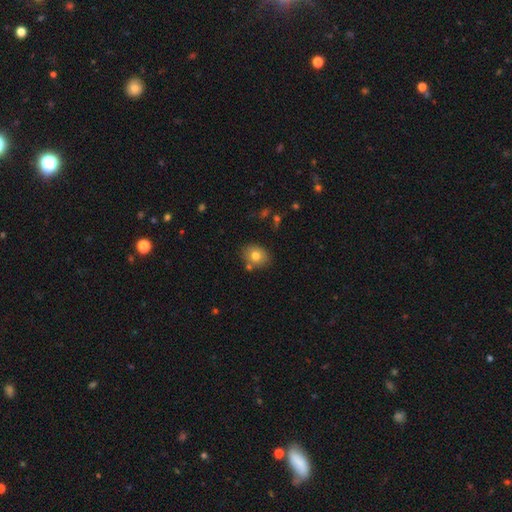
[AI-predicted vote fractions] The model was most divided on "how rounded": round: 55%, in between: 44%, cigar-shaped: 1%. More confident: smooth or featured — smooth (77%); merging — none (76%).